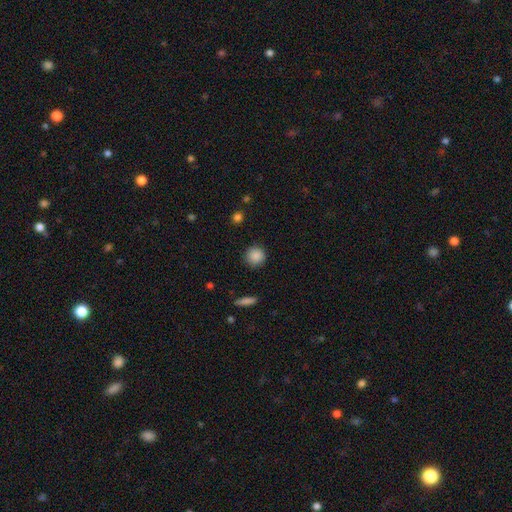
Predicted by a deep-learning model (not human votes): A smooth galaxy with no disk features (88%) that is round (94%).

Vote fractions:
- Smooth or featured? smooth: 88% / star or artifact: 9% / featured or disk: 4%
- How rounded? round: 94% / in between: 5% / cigar-shaped: 1%
- Merging? none: 90% / minor disturbance: 7% / major disturbance: 2% / merger: 1%